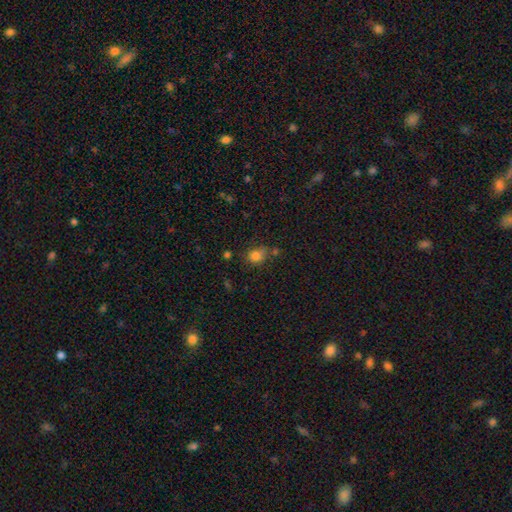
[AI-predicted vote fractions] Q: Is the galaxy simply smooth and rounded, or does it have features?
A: smooth — 78%.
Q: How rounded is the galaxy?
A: round — 71%.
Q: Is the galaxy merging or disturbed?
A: none — 57%.